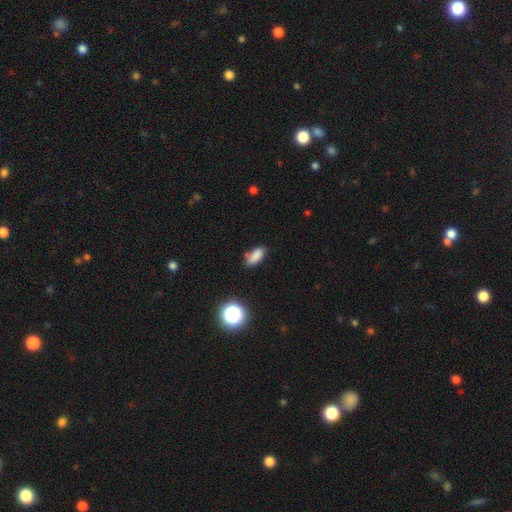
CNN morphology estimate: smooth_or_featured: smooth (p=0.80) [alt: star or artifact p=0.12]
how_rounded: in between (p=0.81) [alt: cigar-shaped p=0.12]
merging: none (p=0.64) [alt: minor disturbance p=0.25]